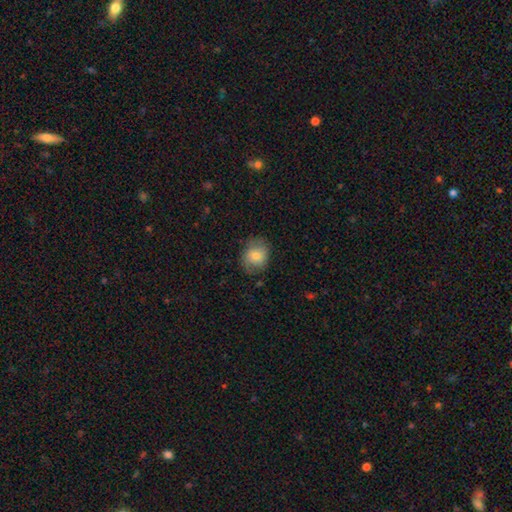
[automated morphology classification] The model was most divided on "how rounded": round: 61%, in between: 38%, cigar-shaped: 1%. More confident: merging — none (75%); smooth or featured — smooth (73%).